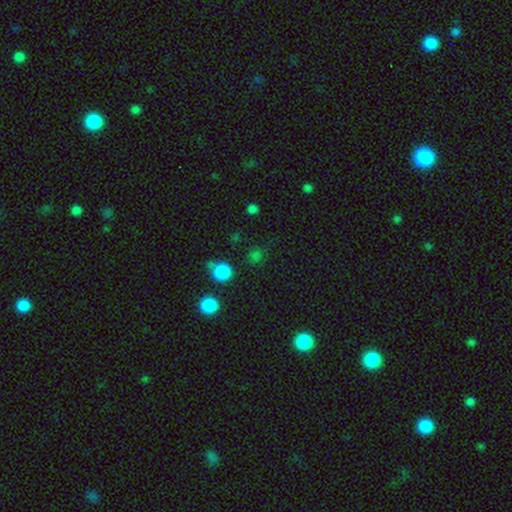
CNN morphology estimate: Smooth or featured: smooth — 69% (star or artifact — 25%)
How rounded: round — 84% (in between — 15%)
Merging: none — 74% (minor disturbance — 13%)